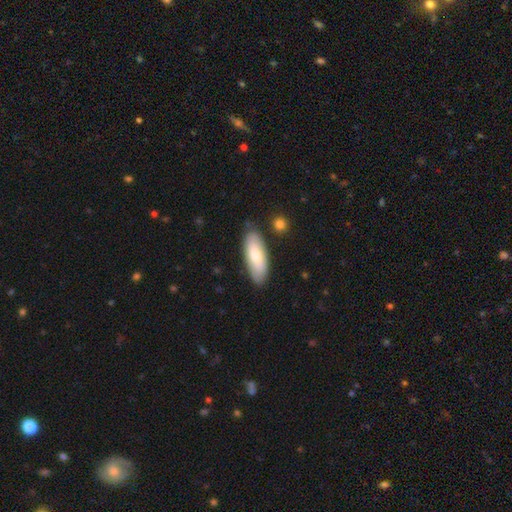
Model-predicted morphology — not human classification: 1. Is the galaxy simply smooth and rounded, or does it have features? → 71% smooth, 24% featured or disk, 5% star or artifact.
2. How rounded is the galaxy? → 76% in between, 22% cigar-shaped, 2% round.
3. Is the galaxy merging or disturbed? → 81% none, 14% minor disturbance, 3% merger, 3% major disturbance.